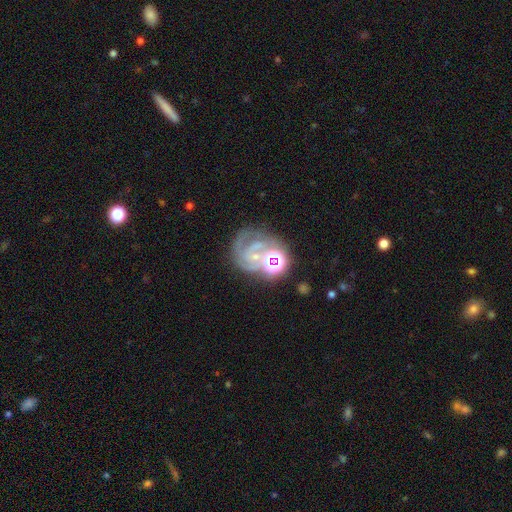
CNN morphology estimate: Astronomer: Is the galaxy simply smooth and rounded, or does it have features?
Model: featured or disk — 63%.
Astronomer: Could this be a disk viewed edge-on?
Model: no — 98%.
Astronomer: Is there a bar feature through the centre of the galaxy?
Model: no — 59%.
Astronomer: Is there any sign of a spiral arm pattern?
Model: yes — 85%.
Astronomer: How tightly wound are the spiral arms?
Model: tight — 46% (runner-up: medium, 40%).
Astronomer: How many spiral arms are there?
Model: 2 — 33% (runner-up: can't tell, 25%).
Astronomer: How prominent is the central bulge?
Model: small — 55%.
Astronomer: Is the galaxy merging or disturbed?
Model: none — 45% (runner-up: major disturbance, 20%).